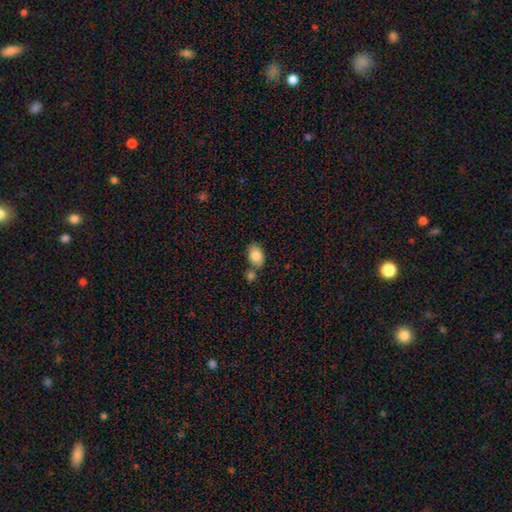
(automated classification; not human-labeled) Smooth or featured? Predicted: smooth (p=0.86). How rounded? Predicted: in between (p=0.86). Merging? Predicted: none (p=0.65).